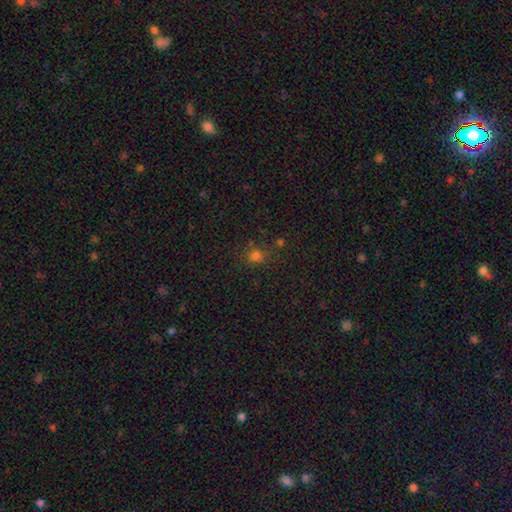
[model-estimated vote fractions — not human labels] This appears to be a smooth galaxy with no disk features (70%) that is round (77%). Merging: none (72%).